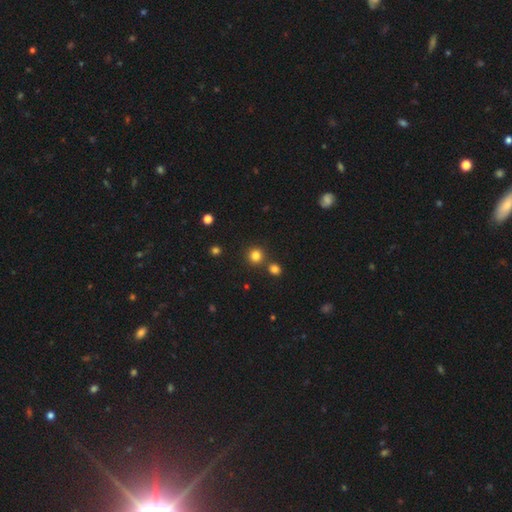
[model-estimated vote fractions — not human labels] smooth_or_featured: smooth (p=0.81) [alt: star or artifact p=0.14]
how_rounded: round (p=0.90) [alt: in between p=0.09]
merging: none (p=0.79) [alt: merger p=0.12]